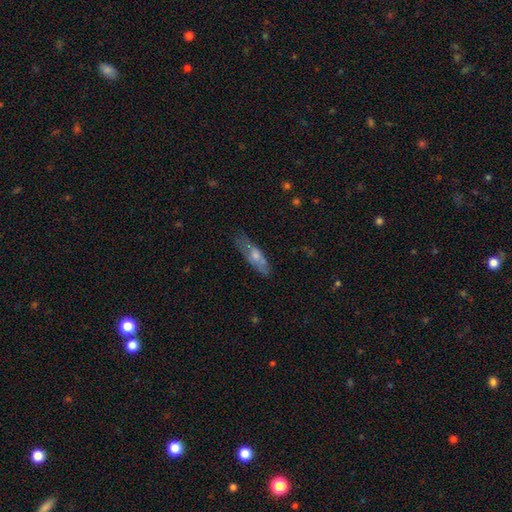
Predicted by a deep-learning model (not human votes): smooth-or-featured: smooth: 49% | featured or disk: 43% | star or artifact: 7%
  merging: none: 74% | minor disturbance: 19% | major disturbance: 5% | merger: 2%